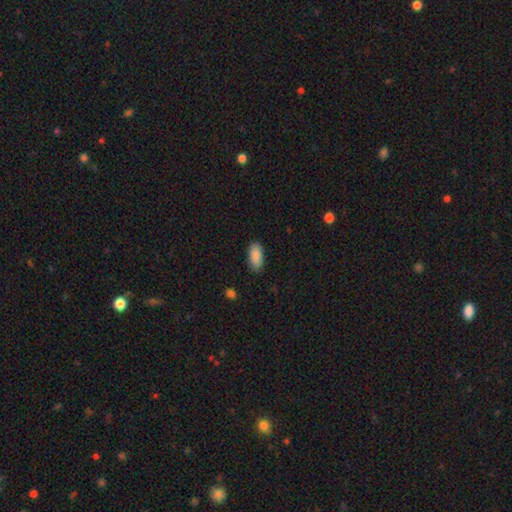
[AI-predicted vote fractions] smooth-or-featured: smooth: 90% | star or artifact: 7% | featured or disk: 4%
  how-rounded: in between: 91% | cigar-shaped: 6% | round: 2%
  merging: none: 86% | minor disturbance: 10% | major disturbance: 2% | merger: 1%